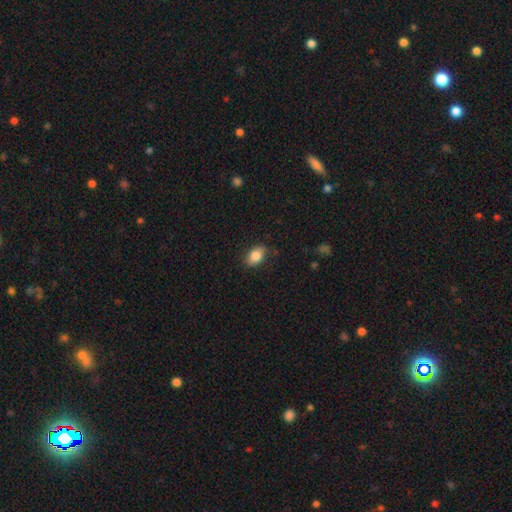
Smooth or featured?
  - smooth: 82% *
  - featured or disk: 15%
  - star or artifact: 3%
How rounded?
  - in between: 78% *
  - round: 22%
  - cigar-shaped: 0%
Merging?
  - none: 79% *
  - minor disturbance: 18%
  - major disturbance: 3%
  - merger: 0%